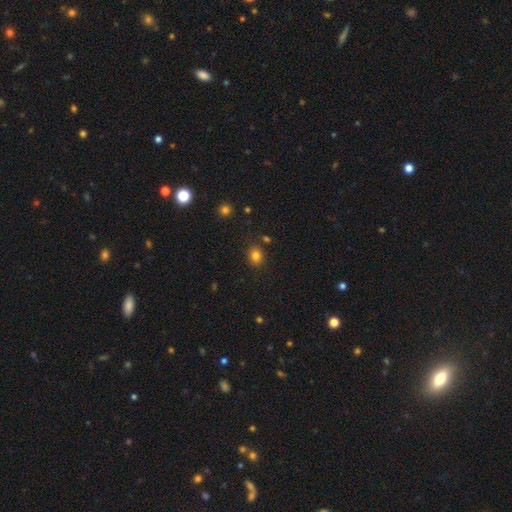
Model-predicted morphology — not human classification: A smooth galaxy with no disk features (81%) that is round (56%).

Vote fractions:
- Smooth or featured? smooth: 81% / star or artifact: 13% / featured or disk: 6%
- How rounded? round: 56% / in between: 43% / cigar-shaped: 1%
- Merging? none: 82% / minor disturbance: 11% / merger: 4% / major disturbance: 3%